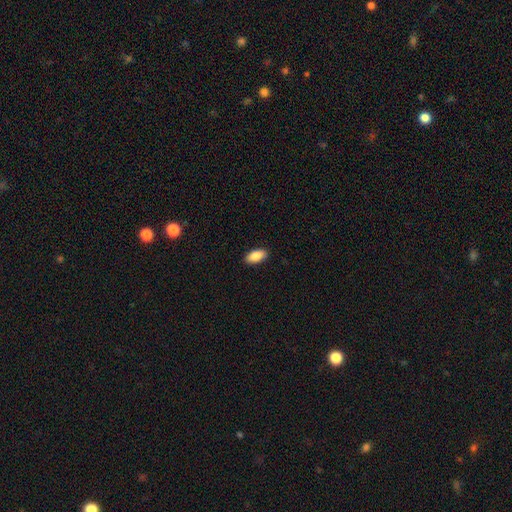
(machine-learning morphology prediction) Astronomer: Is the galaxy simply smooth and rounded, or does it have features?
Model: smooth — 87%.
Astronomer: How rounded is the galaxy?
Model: in between — 91%.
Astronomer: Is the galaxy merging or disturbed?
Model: none — 90%.